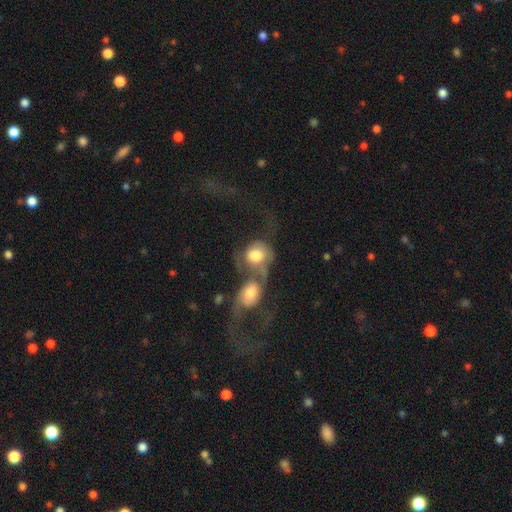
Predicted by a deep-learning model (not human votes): This appears to be a smooth galaxy with no disk features (52%) that is round (58%). Merging: merger (75%).